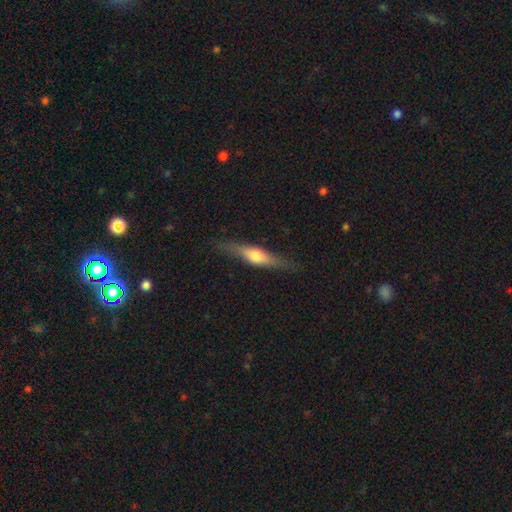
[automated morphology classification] featured or disk 51%, smooth 44%, star or artifact 6%. Down the decision tree: edge-on disk — yes (91%); merging — none (83%).